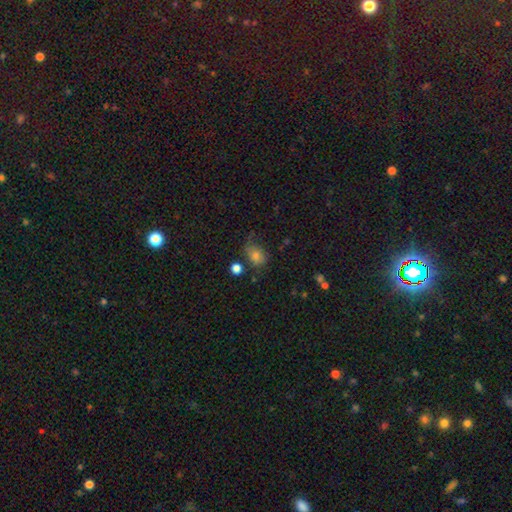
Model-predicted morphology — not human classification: This is likely a smooth galaxy (73%). How rounded: likely in between (61%). Merging: possibly none (51%).